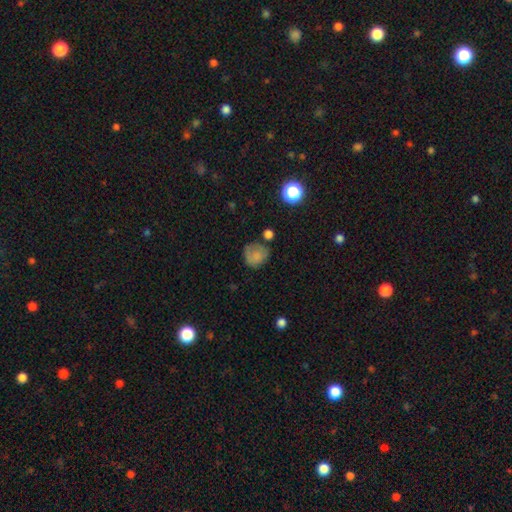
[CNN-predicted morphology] type=smooth (75%); roundness=round (76%); merging=none (54%).